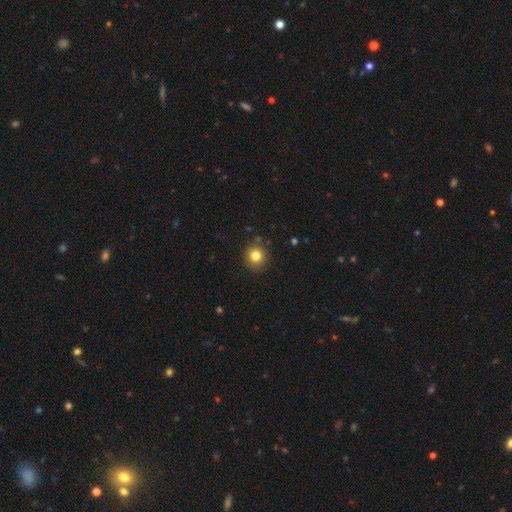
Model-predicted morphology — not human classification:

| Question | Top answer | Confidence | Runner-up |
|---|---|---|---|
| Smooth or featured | smooth | 81% | star or artifact (12%) |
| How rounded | round | 93% | in between (6%) |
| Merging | none | 89% | minor disturbance (7%) |